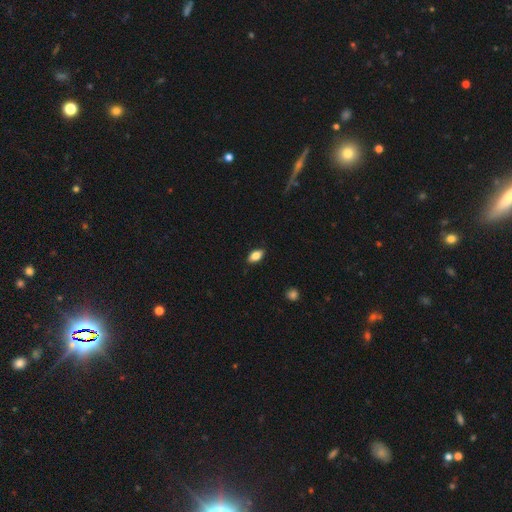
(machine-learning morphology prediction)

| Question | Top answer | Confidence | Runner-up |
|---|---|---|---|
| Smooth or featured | smooth | 82% | featured or disk (10%) |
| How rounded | in between | 90% | round (6%) |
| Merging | none | 87% | minor disturbance (10%) |